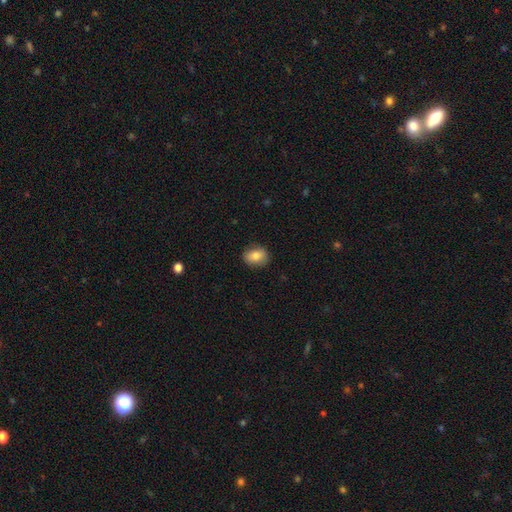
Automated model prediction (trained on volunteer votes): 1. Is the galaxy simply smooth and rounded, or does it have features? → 81% smooth, 11% featured or disk, 8% star or artifact.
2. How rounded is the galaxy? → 64% in between, 35% round, 1% cigar-shaped.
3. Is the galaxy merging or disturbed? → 85% none, 11% minor disturbance, 3% major disturbance, 1% merger.